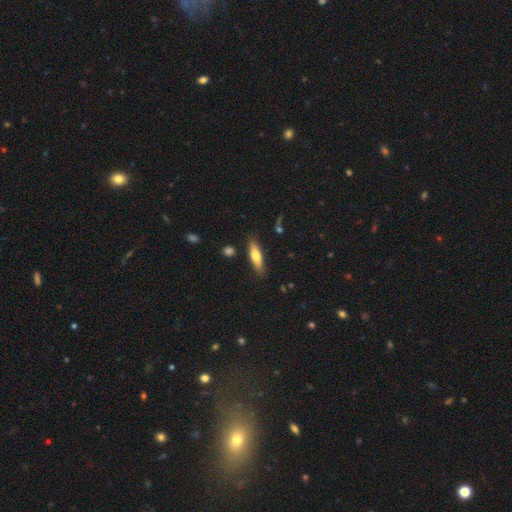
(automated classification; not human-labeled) smooth_or_featured: smooth (p=0.67) [alt: featured or disk p=0.27]
how_rounded: cigar-shaped (p=0.62) [alt: in between p=0.36]
merging: none (p=0.84) [alt: minor disturbance p=0.12]